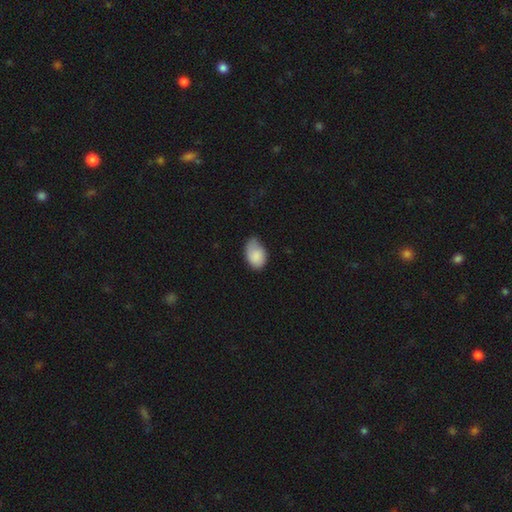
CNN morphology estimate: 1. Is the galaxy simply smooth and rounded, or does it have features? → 86% smooth, 7% featured or disk, 6% star or artifact.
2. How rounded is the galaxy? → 87% in between, 12% round, 1% cigar-shaped.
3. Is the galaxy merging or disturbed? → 46% none, 43% minor disturbance, 9% major disturbance, 2% merger.